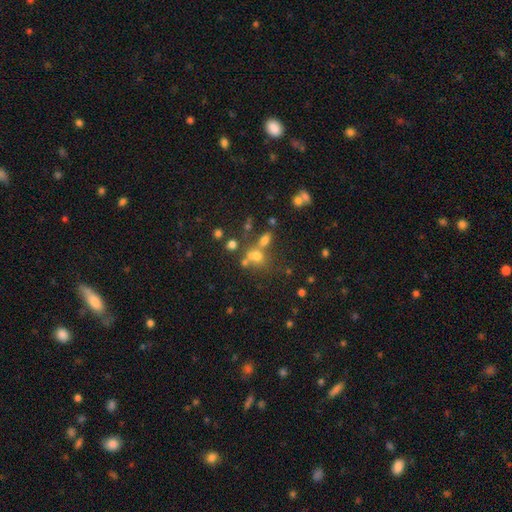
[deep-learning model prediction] This appears to be a smooth galaxy with no disk features (53%) that is round (66%). Merging: merger (42%).